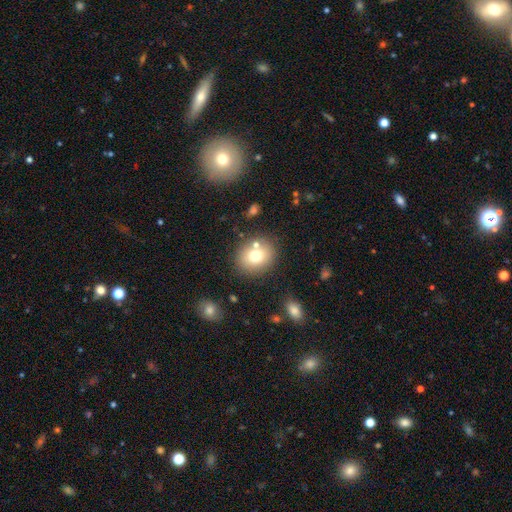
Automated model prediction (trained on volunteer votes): This appears to be a smooth galaxy with no disk features (73%) that is round (68%). Merging: none (75%).